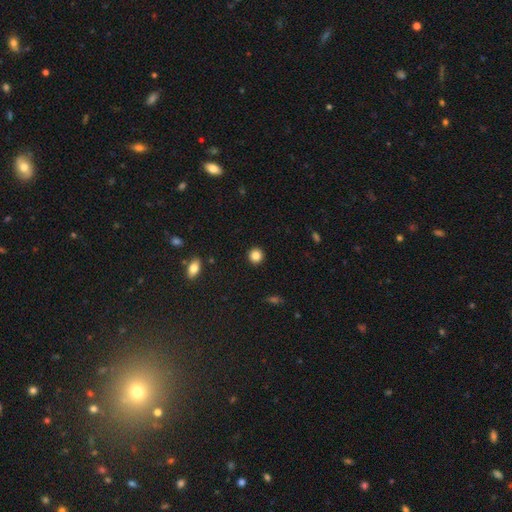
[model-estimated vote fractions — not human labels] smooth 85%, star or artifact 10%, featured or disk 5%. Down the decision tree: how rounded — round (93%); merging — none (93%).